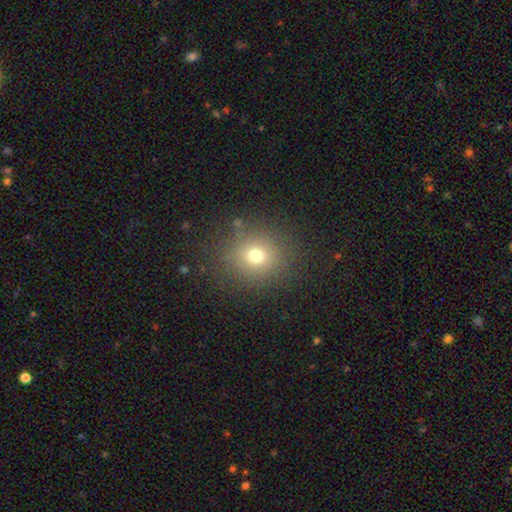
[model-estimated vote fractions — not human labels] This appears to be a smooth galaxy with no disk features (71%) that is round (85%). Merging: none (86%).